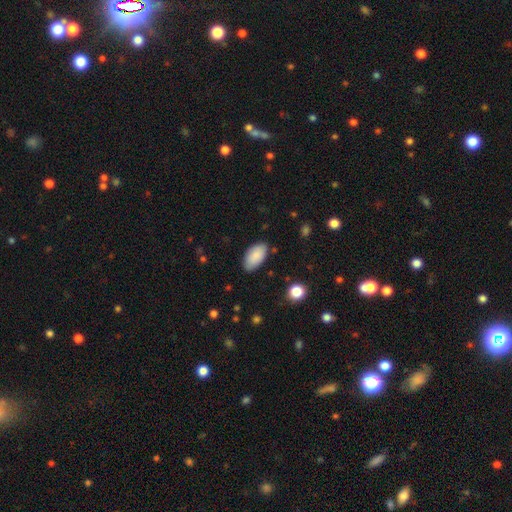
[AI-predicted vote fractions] Smooth or featured? Predicted: smooth (p=0.88). How rounded? Predicted: in between (p=0.95). Merging? Predicted: none (p=0.82).